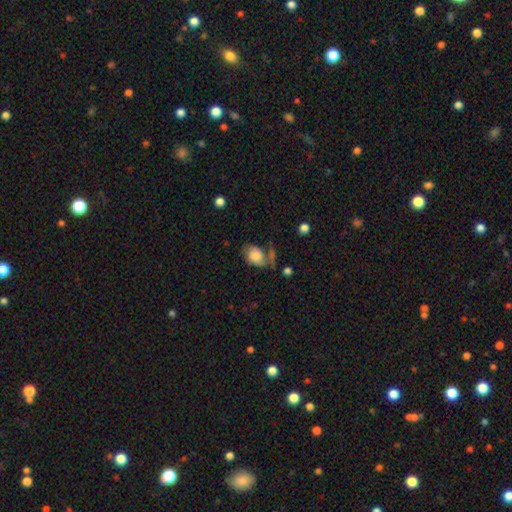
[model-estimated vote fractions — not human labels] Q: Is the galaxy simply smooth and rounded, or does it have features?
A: smooth — 63%.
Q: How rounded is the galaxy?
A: in between — 75%.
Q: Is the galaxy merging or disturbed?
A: none — 36%.